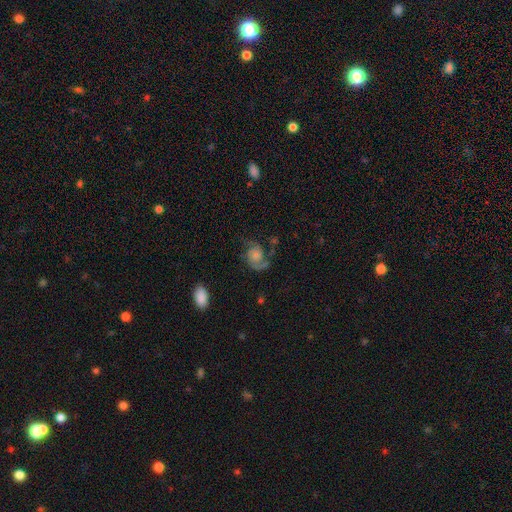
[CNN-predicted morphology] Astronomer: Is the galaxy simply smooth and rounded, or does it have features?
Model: featured or disk — 79%.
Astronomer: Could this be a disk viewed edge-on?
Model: no — 98%.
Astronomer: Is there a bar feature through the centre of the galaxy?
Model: no — 75%.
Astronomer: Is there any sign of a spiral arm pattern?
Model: yes — 95%.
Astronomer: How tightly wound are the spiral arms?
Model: medium — 47% (runner-up: loose, 33%).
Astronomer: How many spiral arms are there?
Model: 2 — 83%.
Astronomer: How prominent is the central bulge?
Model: small — 53% (runner-up: moderate, 30%).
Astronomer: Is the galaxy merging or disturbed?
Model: none — 59%.